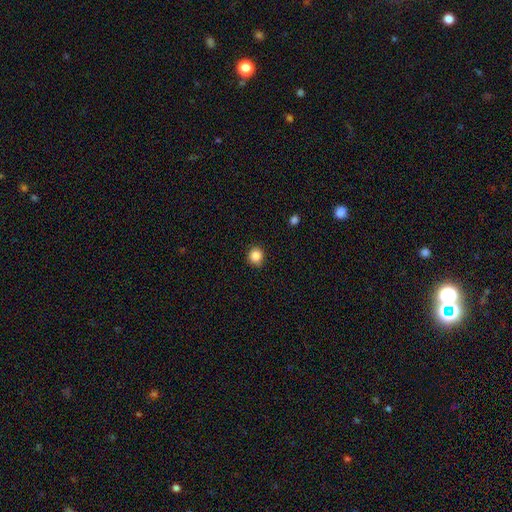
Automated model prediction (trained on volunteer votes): Smooth or featured: smooth — 86% (star or artifact — 10%)
How rounded: round — 87% (in between — 12%)
Merging: none — 88% (minor disturbance — 9%)